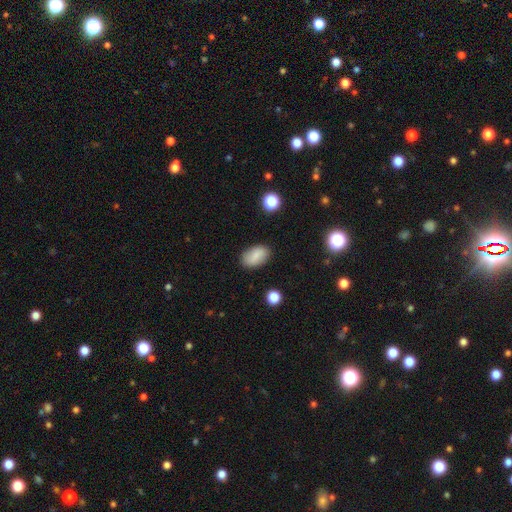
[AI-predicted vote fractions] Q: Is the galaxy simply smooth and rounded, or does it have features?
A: smooth — 81%.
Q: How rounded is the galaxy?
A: in between — 92%.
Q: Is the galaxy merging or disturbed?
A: none — 85%.